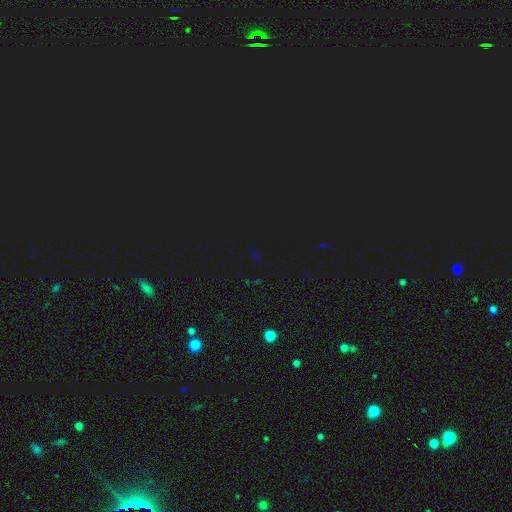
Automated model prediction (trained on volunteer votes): Overall: star or artifact (77%).